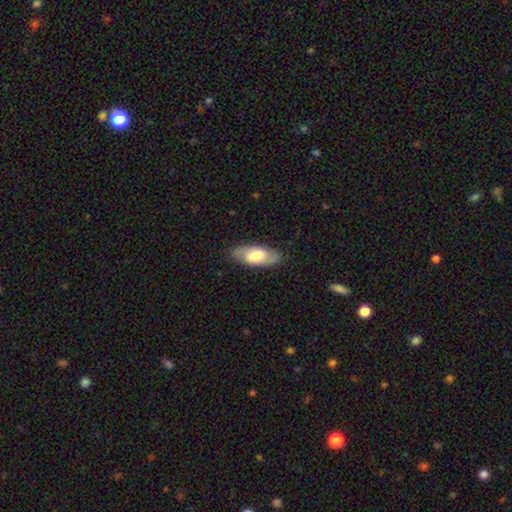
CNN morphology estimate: Q: Smooth or featured?
A: featured or disk (47%); tied with: smooth (47%)
Q: Merging?
A: none (84%); runner-up: minor disturbance (12%)